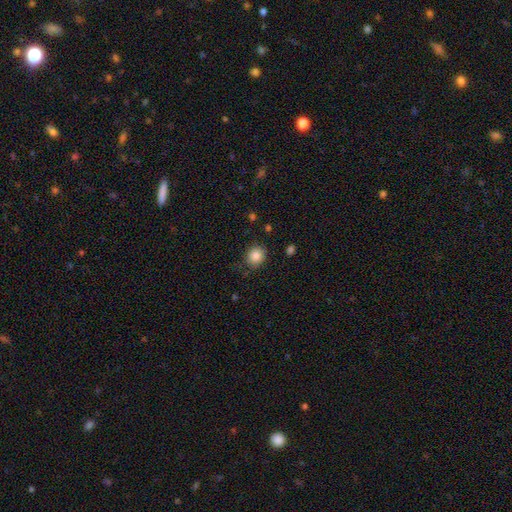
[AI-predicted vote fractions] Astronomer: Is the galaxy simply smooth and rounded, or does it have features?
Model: smooth — 85%.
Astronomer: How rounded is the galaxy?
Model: round — 77%.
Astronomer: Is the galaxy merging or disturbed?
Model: none — 83%.